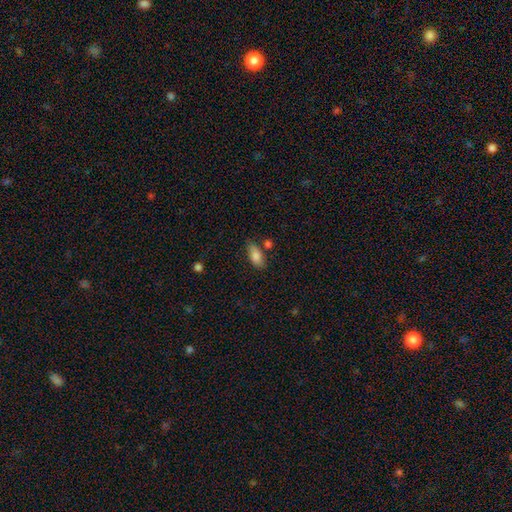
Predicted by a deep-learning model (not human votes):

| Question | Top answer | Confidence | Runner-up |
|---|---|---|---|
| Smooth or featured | smooth | 83% | featured or disk (9%) |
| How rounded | in between | 87% | cigar-shaped (10%) |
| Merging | none | 66% | minor disturbance (20%) |